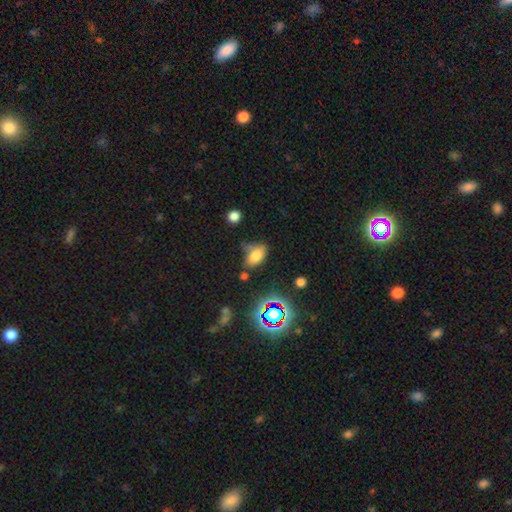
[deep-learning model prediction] Smooth or featured? Predicted: smooth (p=0.73). How rounded? Predicted: in between (p=0.87). Merging? Predicted: none (p=0.51).